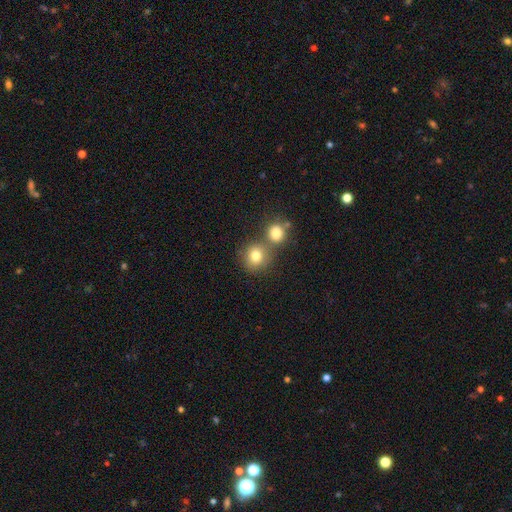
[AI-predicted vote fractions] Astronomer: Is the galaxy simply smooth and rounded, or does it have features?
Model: smooth — 78%.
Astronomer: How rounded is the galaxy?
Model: round — 87%.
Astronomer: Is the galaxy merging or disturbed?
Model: none — 55% (runner-up: merger, 35%).